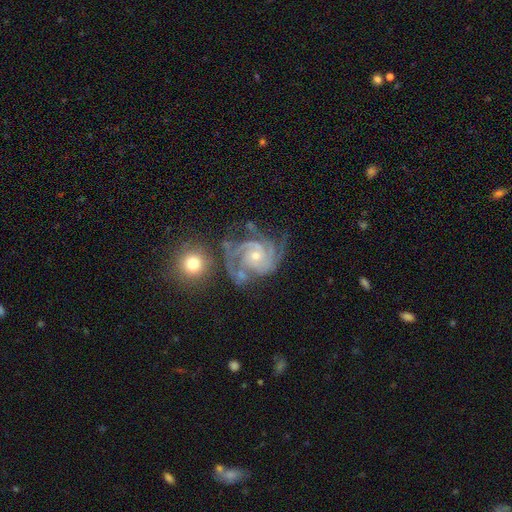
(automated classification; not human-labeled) featured or disk 92%, star or artifact 5%, smooth 4%. Down the decision tree: edge-on disk — no (98%); bar — no (71%); spiral arms — yes (98%); spiral arm count — 3 (50%); spiral winding — tight (64%); bulge size — small (56%); merging — none (55%).